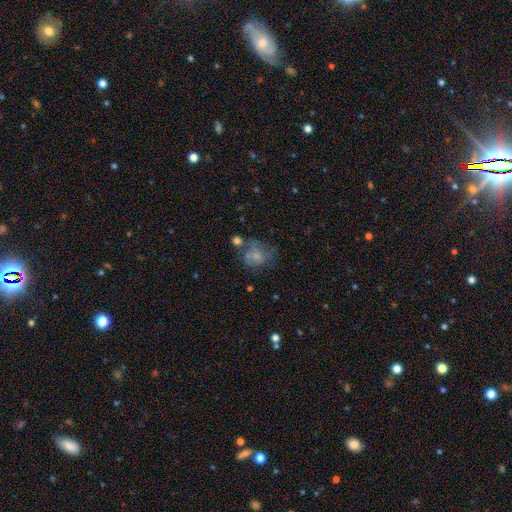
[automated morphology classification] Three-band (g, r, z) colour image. It shows a smooth galaxy with no disk features (54%) that is round (66%). Merging: none (37%).